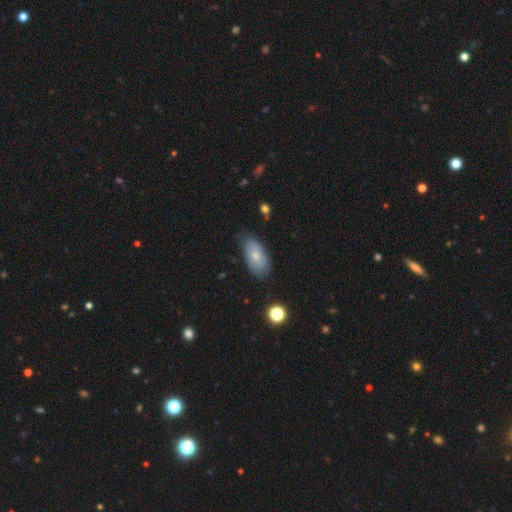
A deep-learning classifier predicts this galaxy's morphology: smooth-or-featured: smooth: 68% | featured or disk: 25% | star or artifact: 7%
  how-rounded: in between: 92% | round: 4% | cigar-shaped: 4%
  merging: none: 72% | minor disturbance: 22% | major disturbance: 4% | merger: 2%